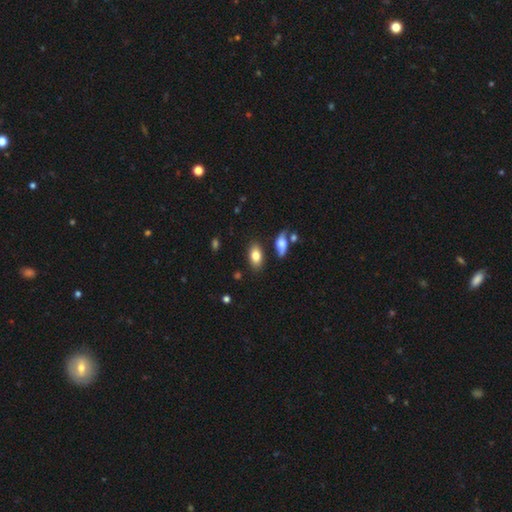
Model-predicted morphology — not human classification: smooth_or_featured: smooth (p=0.81) [alt: featured or disk p=0.11]
how_rounded: in between (p=0.89) [alt: round p=0.08]
merging: none (p=0.79) [alt: minor disturbance p=0.12]